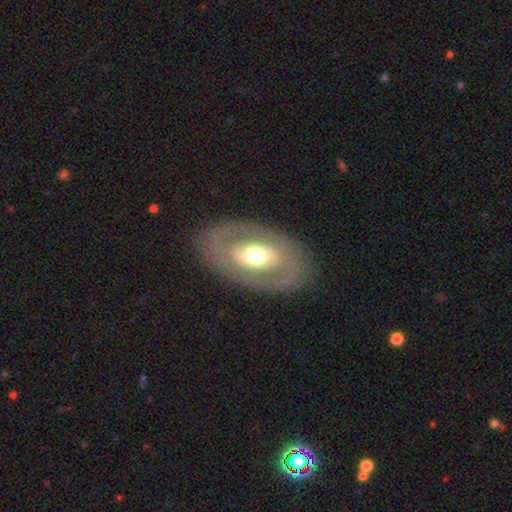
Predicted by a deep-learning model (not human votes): Overall: featured or disk (58%; smooth 35%). Edge-on disk: no (89%). Bar: no (66%). Spiral arms: no (85%). Bulge size: moderate (59%; large 28%). Merging: none (81%).